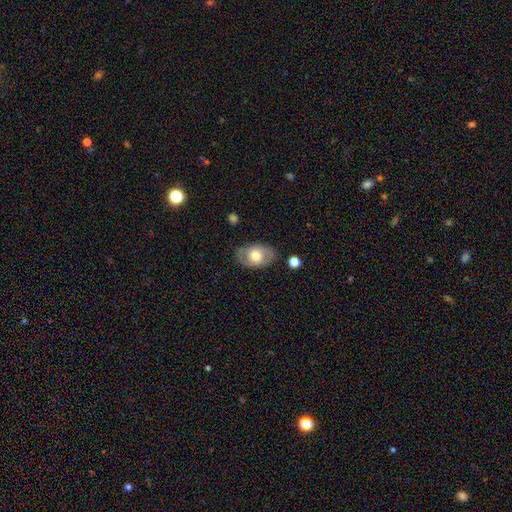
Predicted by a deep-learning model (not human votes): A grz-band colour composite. It shows a smooth galaxy with no disk features (49%). Merging: none (81%).